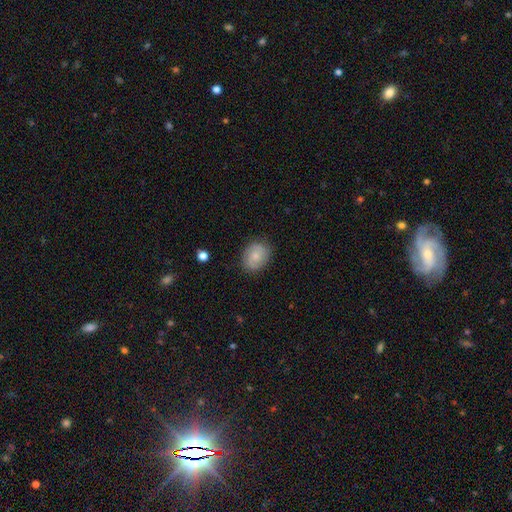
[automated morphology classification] This appears to be a smooth galaxy with no disk features (58%) that is in between round and cigar-shaped (56%). Merging: none (81%).